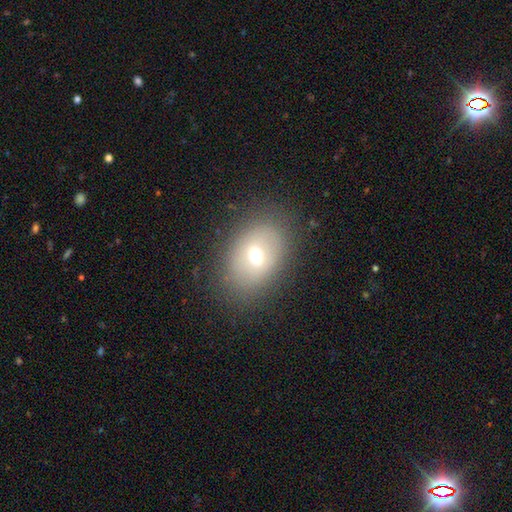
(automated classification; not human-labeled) Morphology: type=smooth (62%); roundness=in between (68%); merging=none (81%).